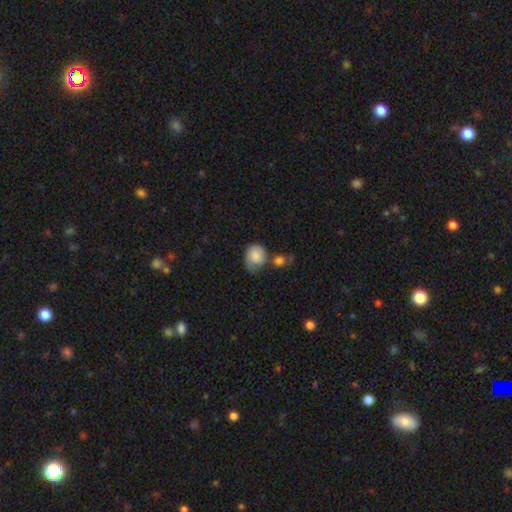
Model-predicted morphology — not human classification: Q: Smooth or featured?
A: smooth (75%); runner-up: featured or disk (18%)
Q: How rounded?
A: round (56%); runner-up: in between (43%)
Q: Merging?
A: none (33%); runner-up: minor disturbance (29%)